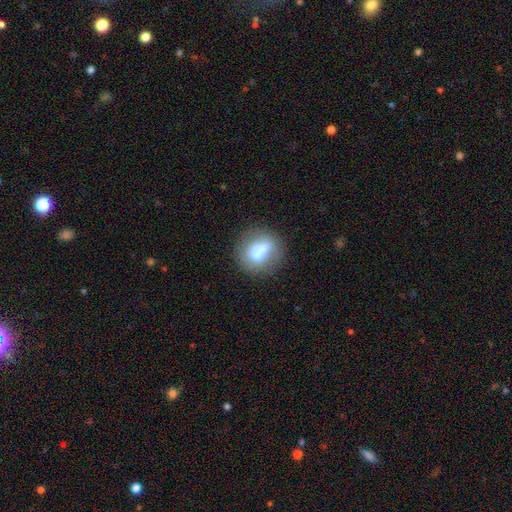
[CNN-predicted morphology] smooth 63%, featured or disk 27%, star or artifact 10%. Down the decision tree: how rounded — round (69%); merging — none (57%).